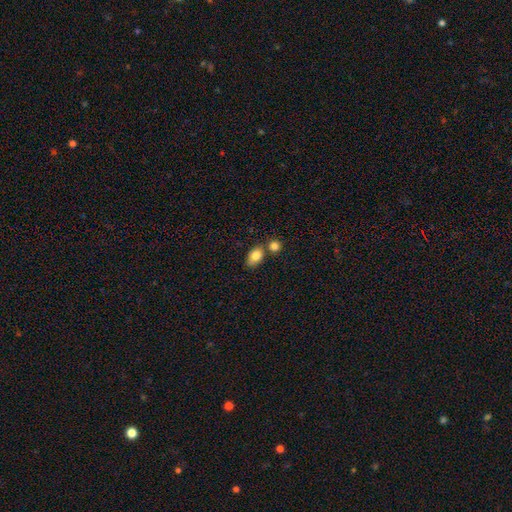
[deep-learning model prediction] Smooth or featured: smooth — 83% (featured or disk — 9%)
How rounded: in between — 82% (round — 15%)
Merging: none — 57% (merger — 24%)